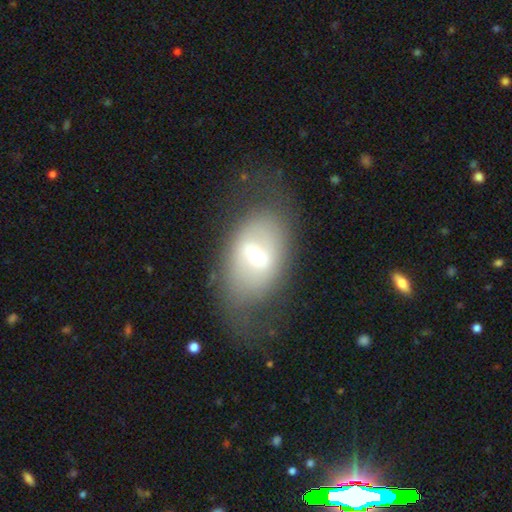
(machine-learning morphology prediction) A featured or disk galaxy (52%). Merging: none (65%).